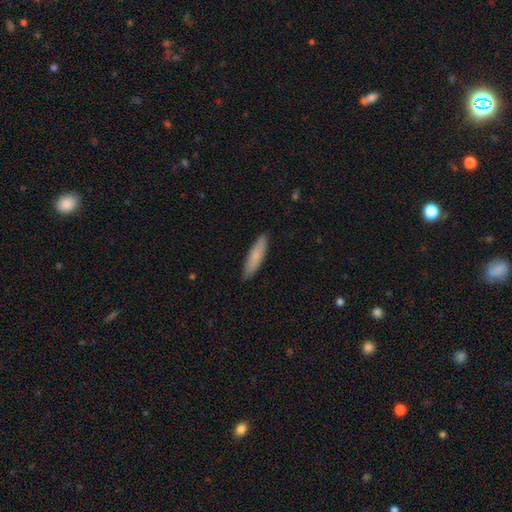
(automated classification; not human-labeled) smooth-or-featured: smooth: 77% | featured or disk: 17% | star or artifact: 6%
  how-rounded: cigar-shaped: 76% | in between: 23% | round: 2%
  merging: none: 89% | minor disturbance: 8% | major disturbance: 1% | merger: 1%